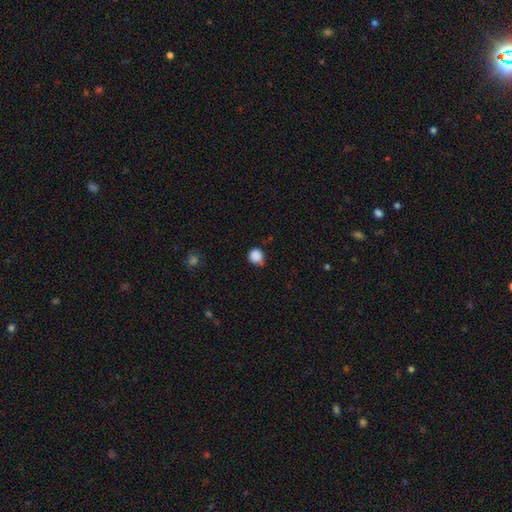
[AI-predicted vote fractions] This appears to be a smooth galaxy with no disk features (87%) that is round (87%). Merging: none (68%).